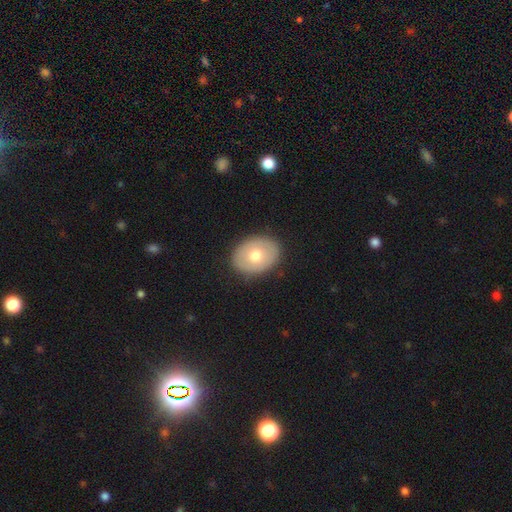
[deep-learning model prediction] Smooth or featured: smooth — 64% (featured or disk — 30%)
How rounded: in between — 66% (round — 33%)
Merging: none — 88% (minor disturbance — 8%)